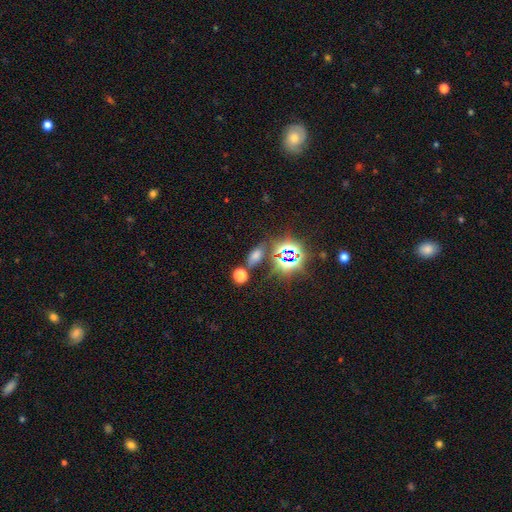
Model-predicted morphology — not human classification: Q: Smooth or featured?
A: smooth (53%); runner-up: star or artifact (37%)
Q: How rounded?
A: in between (83%); runner-up: round (11%)
Q: Merging?
A: none (71%); runner-up: minor disturbance (13%)